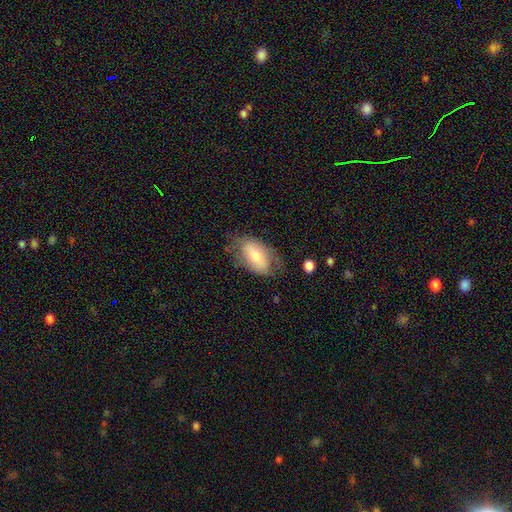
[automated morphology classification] smooth 62%, featured or disk 31%, star or artifact 7%. Down the decision tree: how rounded — in between (91%); merging — none (60%).